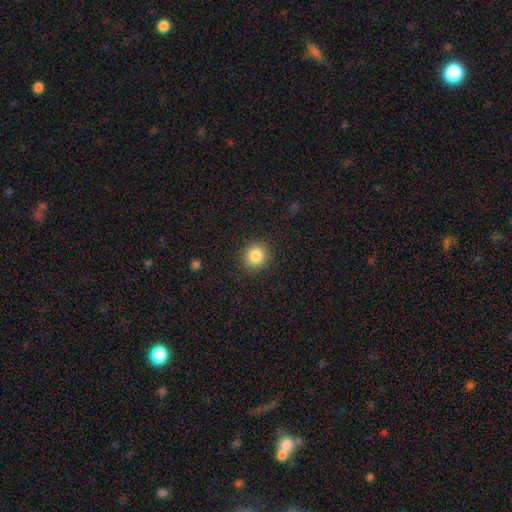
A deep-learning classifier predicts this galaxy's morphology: This appears to be a smooth galaxy with no disk features (85%) that is round (90%). Merging: none (90%).